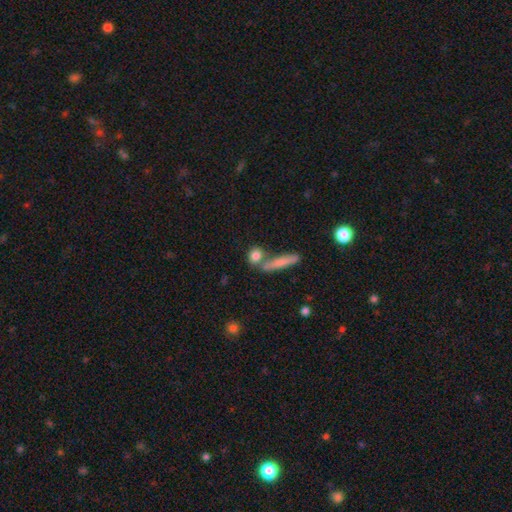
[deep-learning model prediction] The model was most divided on "how rounded": round: 49%, in between: 28%, cigar-shaped: 23%. More confident: smooth or featured — smooth (81%); merging — none (61%).